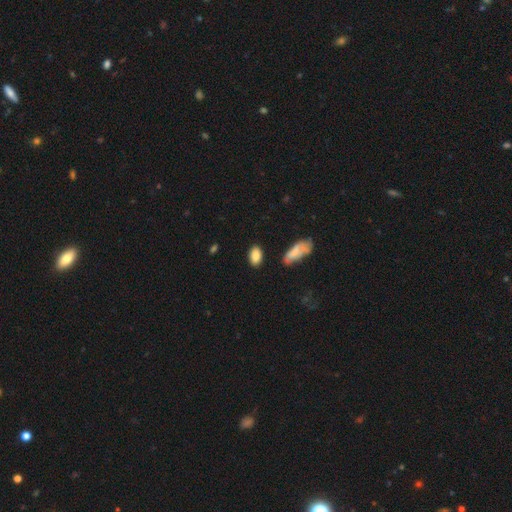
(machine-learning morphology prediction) This is clearly a smooth galaxy (87%). How rounded: clearly in between (90%). Merging: clearly none (82%).